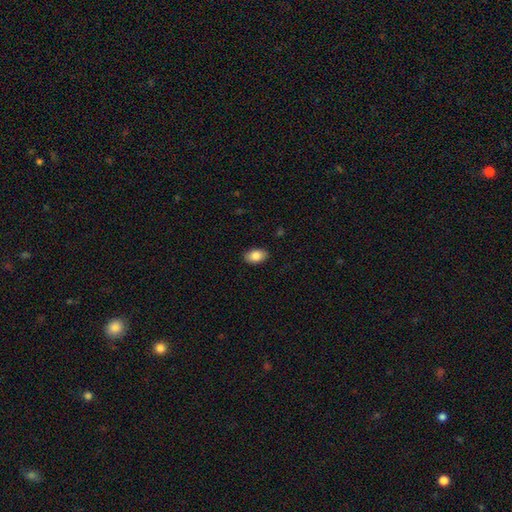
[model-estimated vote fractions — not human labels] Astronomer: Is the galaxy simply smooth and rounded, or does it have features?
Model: smooth — 85%.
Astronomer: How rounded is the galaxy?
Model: in between — 90%.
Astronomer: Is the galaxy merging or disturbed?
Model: none — 89%.